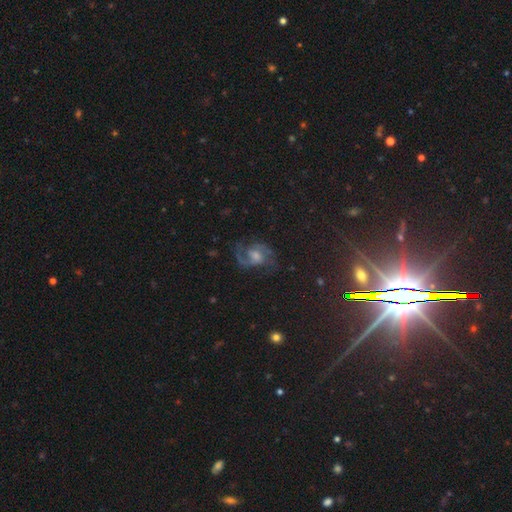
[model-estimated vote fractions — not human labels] featured or disk 75%, star or artifact 13%, smooth 12%. Down the decision tree: edge-on disk — no (98%); bar — no (47%); spiral arms — yes (94%); spiral arm count — 2 (84%); spiral winding — medium (54%); bulge size — moderate (43%); merging — none (62%).